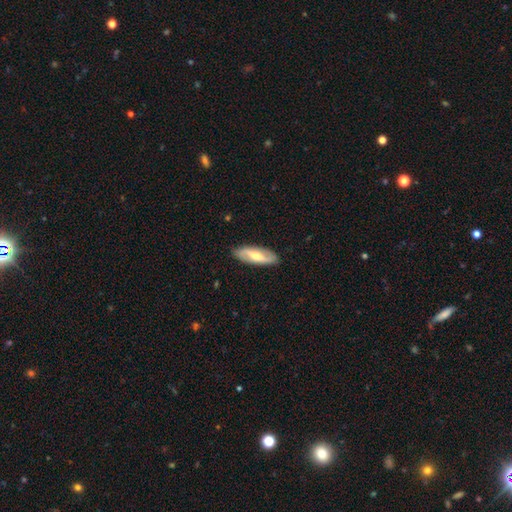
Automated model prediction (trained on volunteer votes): smooth-or-featured: featured or disk: 62% | smooth: 33% | star or artifact: 5%
  disk-edge-on: no: 82% | yes: 18%
    bar: strong: 40% (tied) | weak: 40% (tied) | no: 20%
    has-spiral-arms: yes: 78% | no: 22%
    bulge-size: moderate: 60% | small: 31% | large: 6% | none: 2% | dominant: 1%
  merging: none: 87% | minor disturbance: 9% | major disturbance: 2% | merger: 1%